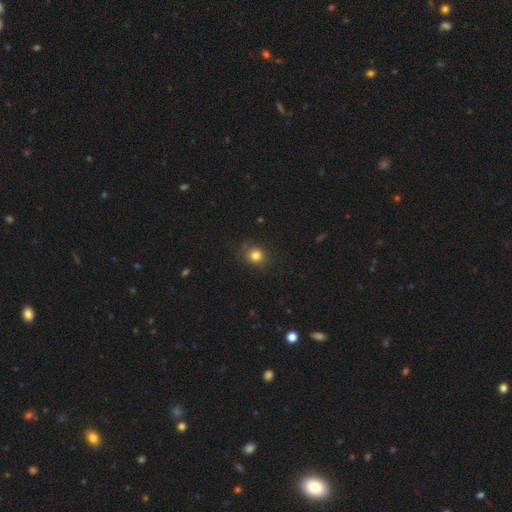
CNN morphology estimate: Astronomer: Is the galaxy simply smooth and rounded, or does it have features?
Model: smooth — 82%.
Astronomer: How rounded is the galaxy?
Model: round — 77%.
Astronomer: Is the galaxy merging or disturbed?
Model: none — 80%.